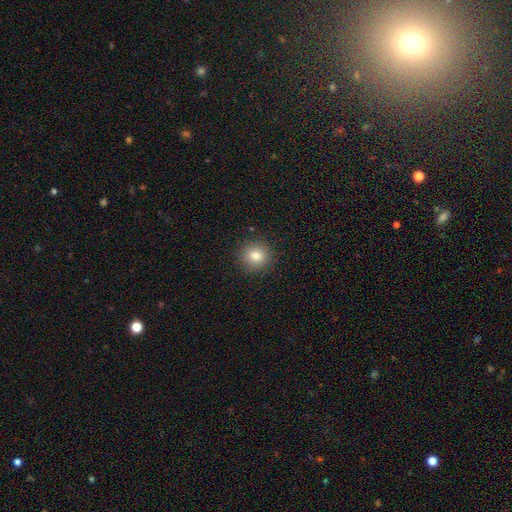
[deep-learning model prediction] Smooth or featured? smooth (80%)
How rounded? round (92%)
Merging? none (91%)